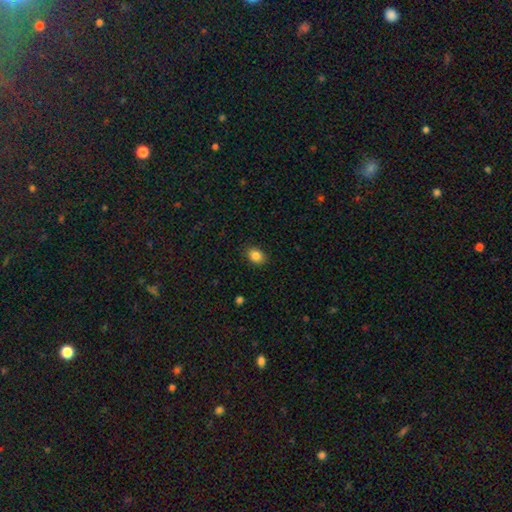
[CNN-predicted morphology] smooth-or-featured: smooth: 85% | star or artifact: 9% | featured or disk: 5%
  how-rounded: in between: 71% | round: 28% | cigar-shaped: 1%
  merging: none: 88% | minor disturbance: 9% | major disturbance: 2% | merger: 1%